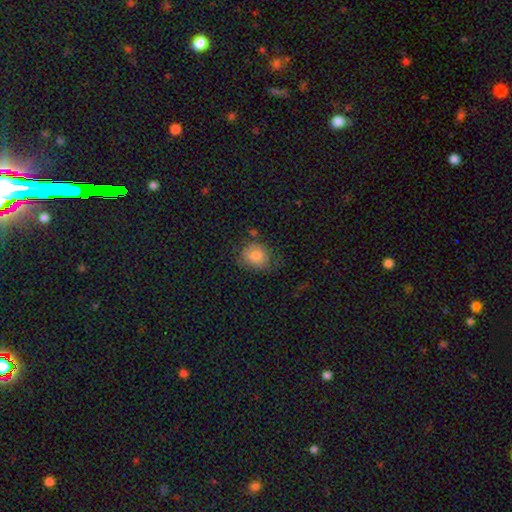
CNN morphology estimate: Smooth or featured?
  - smooth: 79% *
  - featured or disk: 12%
  - star or artifact: 9%
How rounded?
  - round: 59% *
  - in between: 40%
  - cigar-shaped: 1%
Merging?
  - none: 63% *
  - minor disturbance: 24%
  - major disturbance: 9%
  - merger: 3%